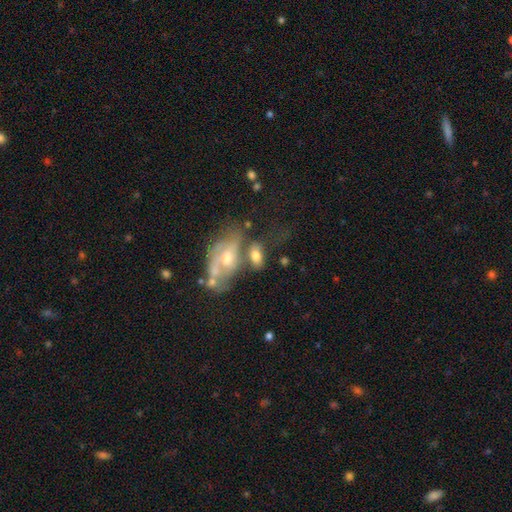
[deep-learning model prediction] smooth-or-featured: smooth: 61% | featured or disk: 31% | star or artifact: 9%
  how-rounded: in between: 88% | round: 7% | cigar-shaped: 5%
  merging: merger: 39% | none: 31% | minor disturbance: 17% | major disturbance: 13%